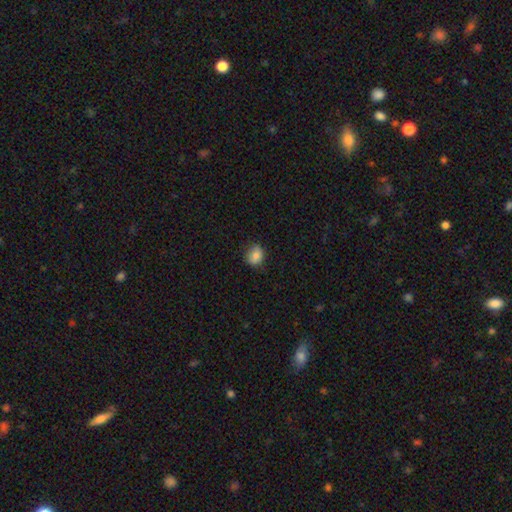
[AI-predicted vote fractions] smooth_or_featured: smooth (p=0.84) [alt: star or artifact p=0.09]
how_rounded: round (p=0.57) [alt: in between p=0.42]
merging: none (p=0.76) [alt: minor disturbance p=0.19]